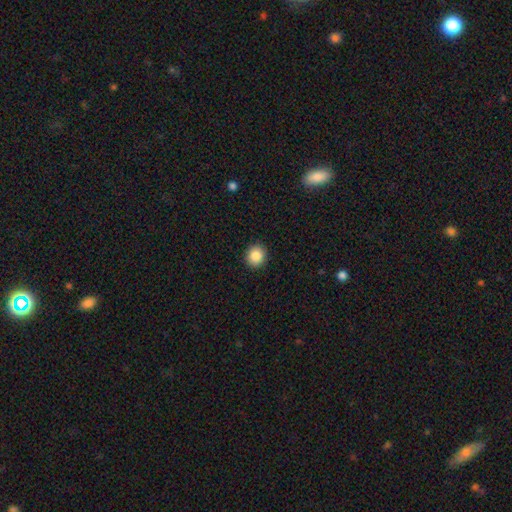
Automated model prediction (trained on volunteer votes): The model was most divided on "how rounded": round: 84%, in between: 15%, cigar-shaped: 1%. More confident: merging — none (92%); smooth or featured — smooth (86%).